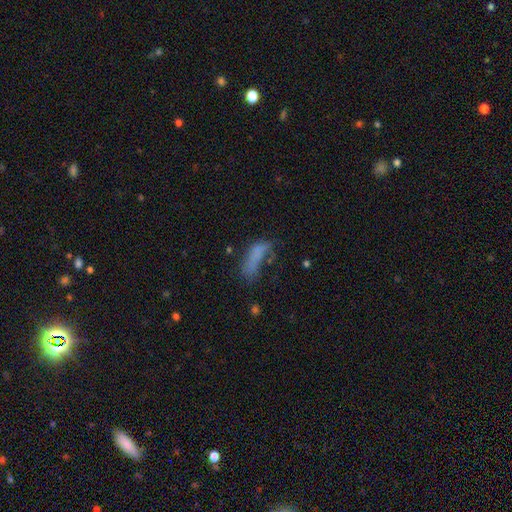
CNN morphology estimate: type=smooth (65%); roundness=in between (60%); merging=major disturbance (35%).